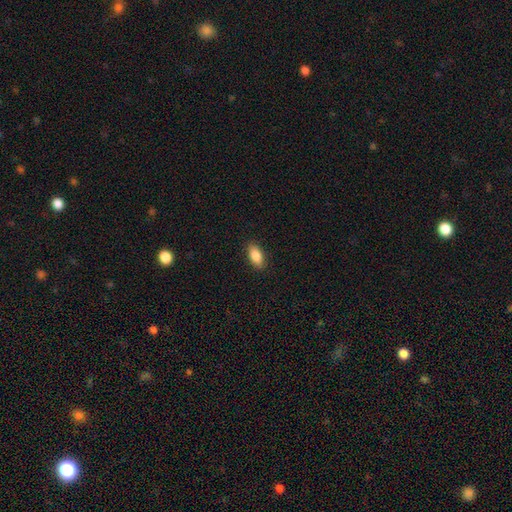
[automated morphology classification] Smooth or featured? smooth (87%)
How rounded? in between (90%)
Merging? none (89%)